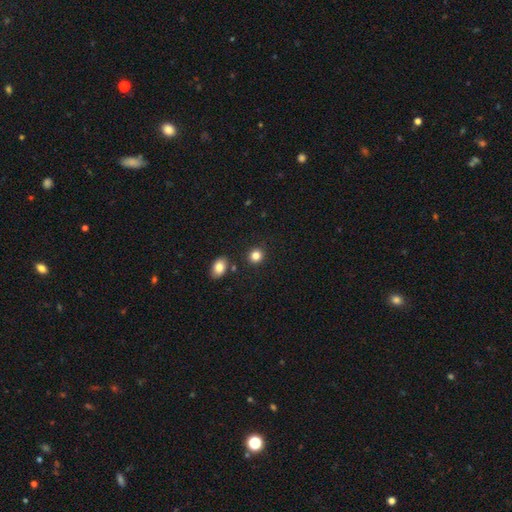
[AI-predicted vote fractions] Overall: smooth (84%). How rounded: round (82%). Merging: none (87%).